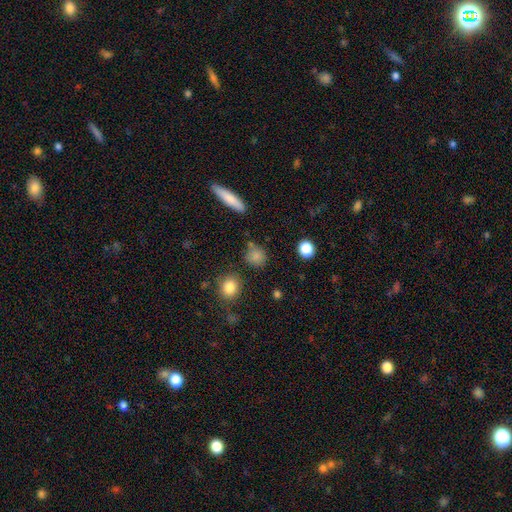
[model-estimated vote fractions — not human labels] smooth-or-featured: smooth: 81% | star or artifact: 12% | featured or disk: 6%
  how-rounded: round: 82% | in between: 15% | cigar-shaped: 3%
  merging: none: 75% | minor disturbance: 14% | merger: 7% | major disturbance: 4%